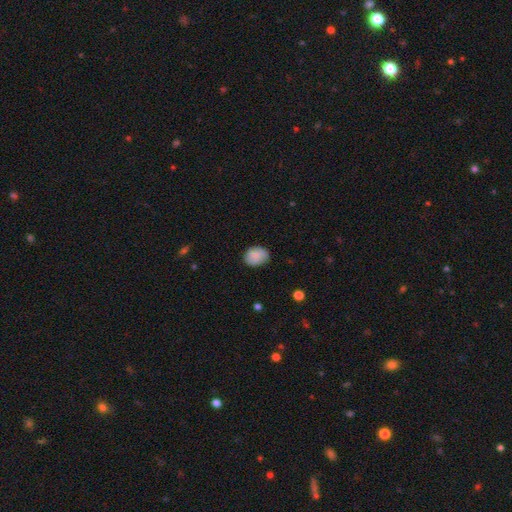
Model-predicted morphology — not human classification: A smooth galaxy with no disk features (86%) that is in between round and cigar-shaped (55%). Merging: none (75%).